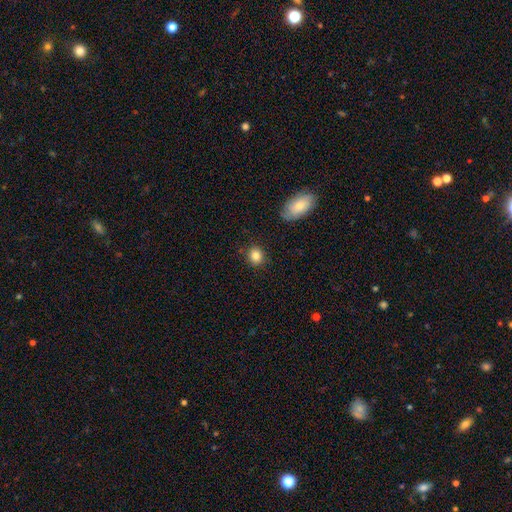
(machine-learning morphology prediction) smooth-or-featured: smooth: 85% | star or artifact: 10% | featured or disk: 6%
  how-rounded: round: 70% | in between: 28% | cigar-shaped: 1%
  merging: none: 86% | minor disturbance: 10% | major disturbance: 3% | merger: 2%